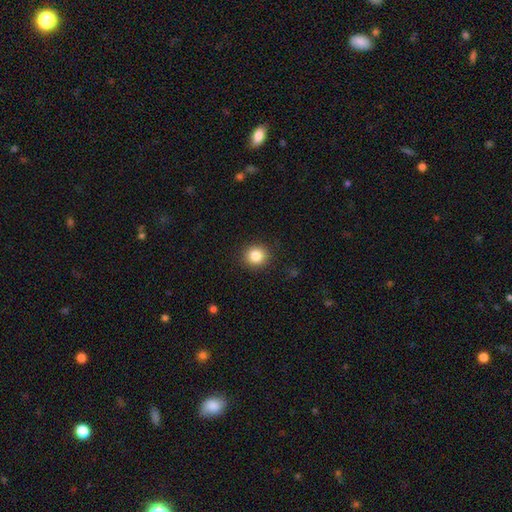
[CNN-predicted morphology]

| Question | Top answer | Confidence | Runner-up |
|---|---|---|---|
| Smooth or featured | smooth | 86% | star or artifact (10%) |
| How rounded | round | 90% | in between (9%) |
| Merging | none | 91% | minor disturbance (6%) |